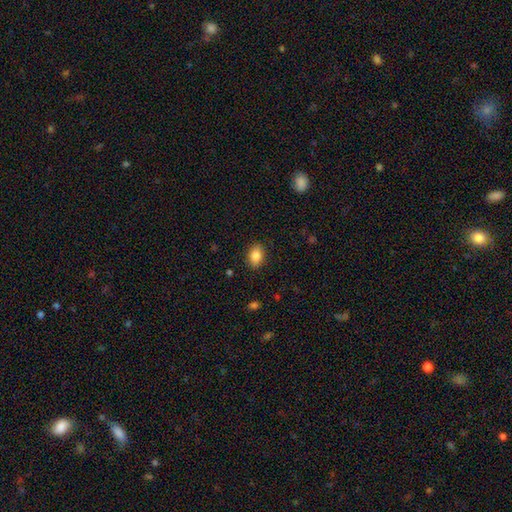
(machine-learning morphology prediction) Smooth or featured?
  - smooth: 86% *
  - star or artifact: 8%
  - featured or disk: 5%
How rounded?
  - in between: 81% *
  - round: 18%
  - cigar-shaped: 1%
Merging?
  - none: 86% *
  - minor disturbance: 10%
  - major disturbance: 3%
  - merger: 1%